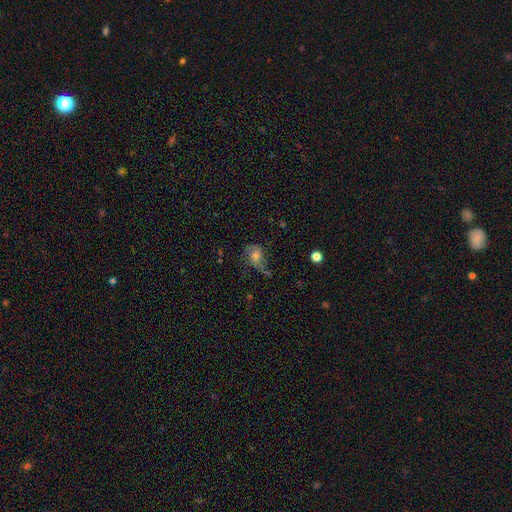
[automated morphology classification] A featured or disk galaxy (46%). Merging: none (41%).